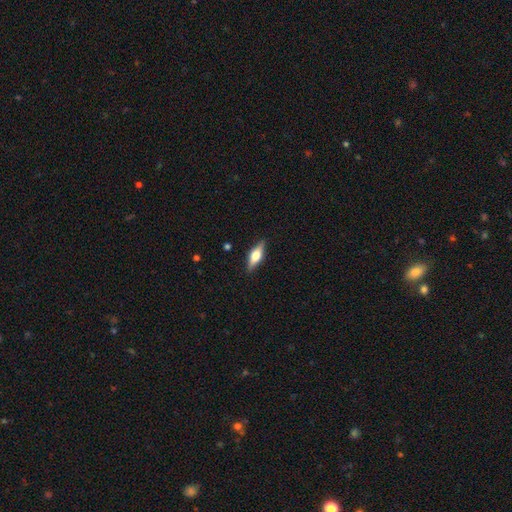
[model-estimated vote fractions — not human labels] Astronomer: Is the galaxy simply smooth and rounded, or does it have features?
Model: featured or disk — 53% (runner-up: smooth, 40%).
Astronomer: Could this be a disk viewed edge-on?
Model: yes — 94%.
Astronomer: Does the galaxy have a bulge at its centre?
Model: rounded — 91%.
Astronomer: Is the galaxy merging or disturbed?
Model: none — 88%.